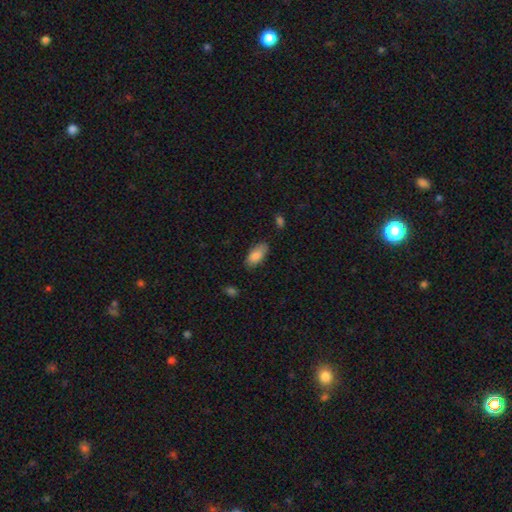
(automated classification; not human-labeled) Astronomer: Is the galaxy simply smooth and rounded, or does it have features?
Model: smooth — 83%.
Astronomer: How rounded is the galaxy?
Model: in between — 90%.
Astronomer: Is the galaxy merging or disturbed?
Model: none — 78%.